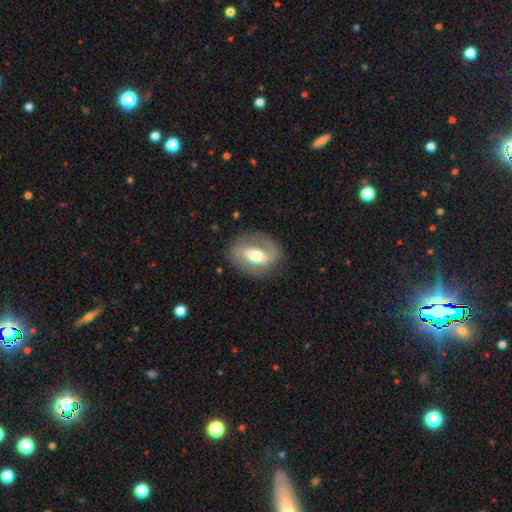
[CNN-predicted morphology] Q: Smooth or featured?
A: featured or disk (70%); runner-up: smooth (24%)
Q: Edge-on disk?
A: no (95%); runner-up: yes (5%)
Q: Bar?
A: weak (37%); runner-up: strong (36%)
Q: Spiral arms?
A: yes (76%); runner-up: no (24%)
Q: Spiral winding?
A: medium (43%); runner-up: loose (29%)
Q: Spiral arm count?
A: 2 (66%); runner-up: 1 (22%)
Q: Bulge size?
A: moderate (68%); runner-up: small (15%)
Q: Merging?
A: none (73%); runner-up: minor disturbance (16%)